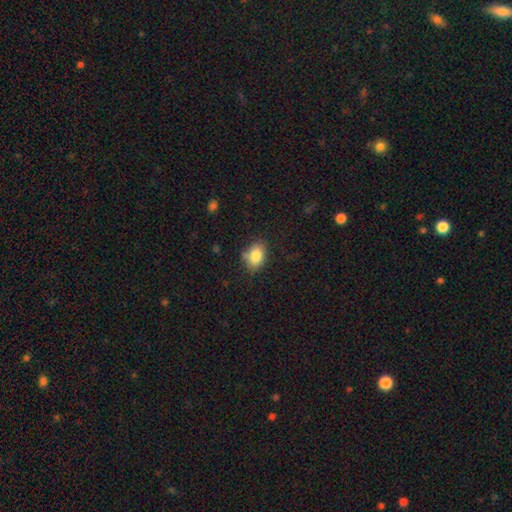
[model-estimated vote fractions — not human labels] This appears to be a smooth galaxy with no disk features (84%) that is in between round and cigar-shaped (75%). Merging: none (74%).